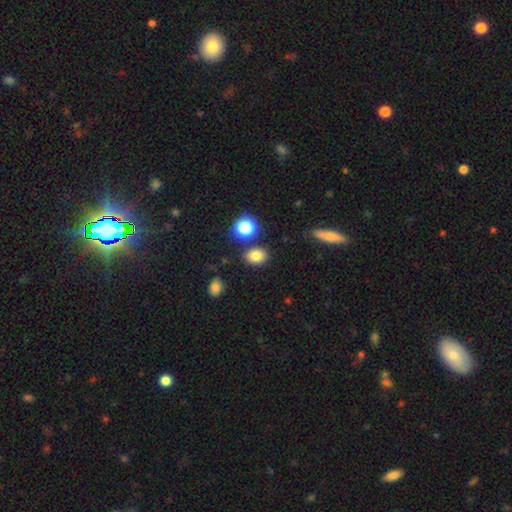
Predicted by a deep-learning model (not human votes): Smooth or featured? smooth (80%)
How rounded? in between (57%)
Merging? none (82%)